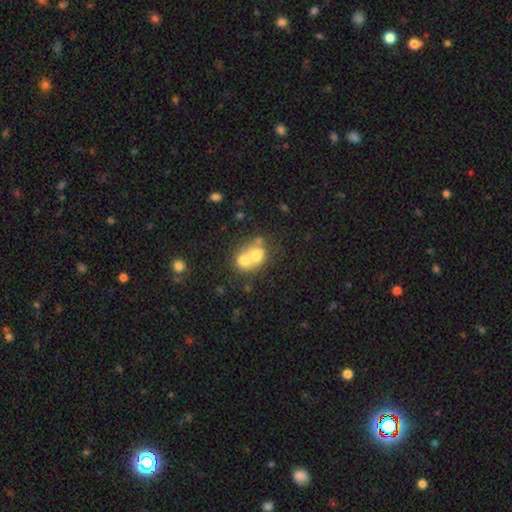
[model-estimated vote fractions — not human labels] This is likely a smooth galaxy (63%). How rounded: likely round (63%). Merging: likely merger (70%).